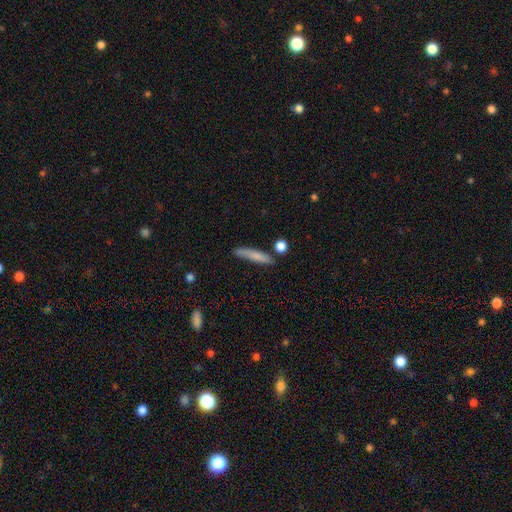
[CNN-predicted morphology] This appears to be a smooth galaxy with no disk features (76%) that is cigar-shaped (87%). Merging: none (72%).